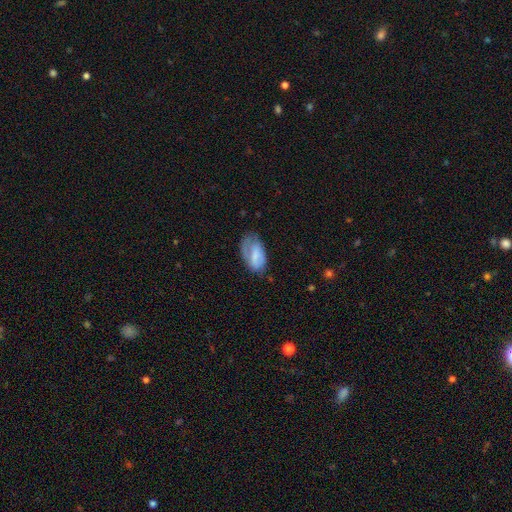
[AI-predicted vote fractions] Smooth or featured? Predicted: smooth (p=0.62). How rounded? Predicted: in between (p=0.93). Merging? Predicted: none (p=0.38).